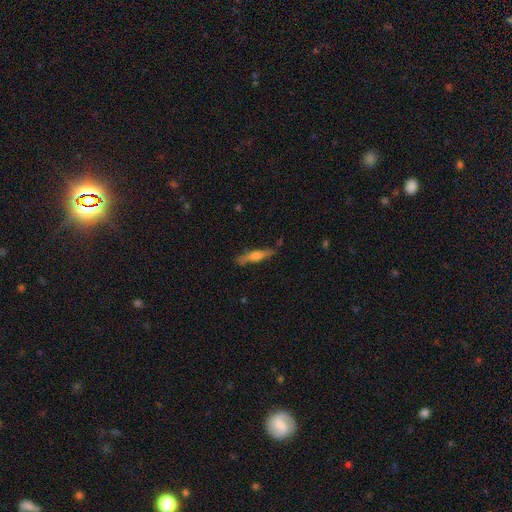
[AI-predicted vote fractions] Smooth or featured: featured or disk — 53% (smooth — 40%)
Edge-on disk: yes — 94% (no — 6%)
Merging: none — 81% (minor disturbance — 14%)